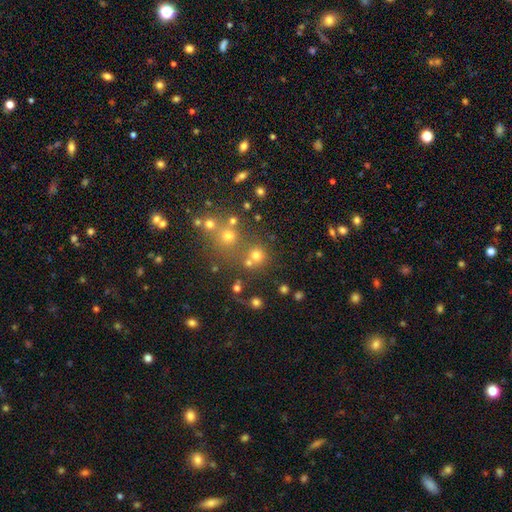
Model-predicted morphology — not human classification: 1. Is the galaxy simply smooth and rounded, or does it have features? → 64% smooth, 26% star or artifact, 11% featured or disk.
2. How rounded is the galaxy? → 89% round, 10% in between, 1% cigar-shaped.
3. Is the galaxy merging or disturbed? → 65% none, 21% merger, 9% minor disturbance, 5% major disturbance.